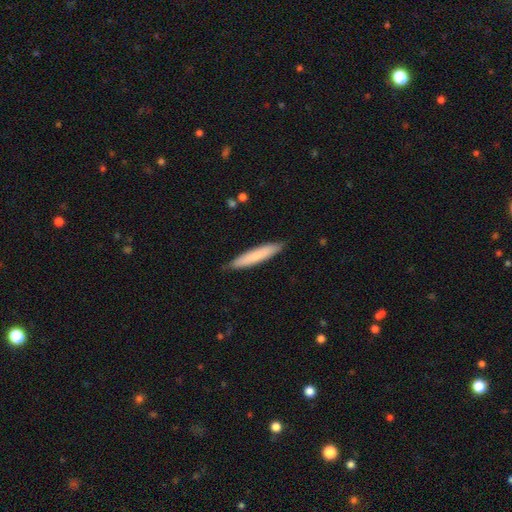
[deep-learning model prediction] The model was most divided on "smooth or featured": smooth: 77%, featured or disk: 18%, star or artifact: 5%. More confident: how rounded — cigar-shaped (91%); merging — none (87%).